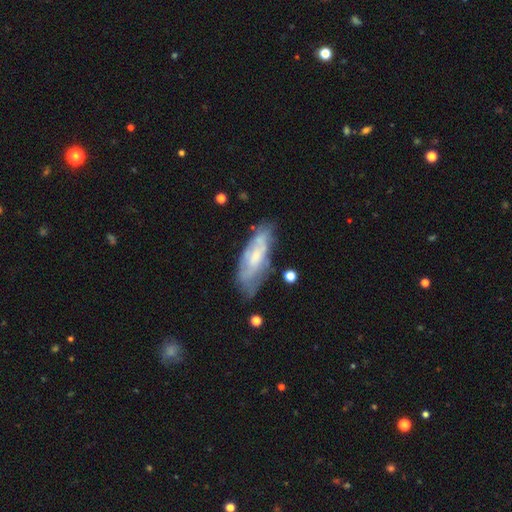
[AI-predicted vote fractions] Overall: featured or disk (55%; smooth 38%). Edge-on disk: no (79%). Merging: none (56%; minor disturbance 28%).